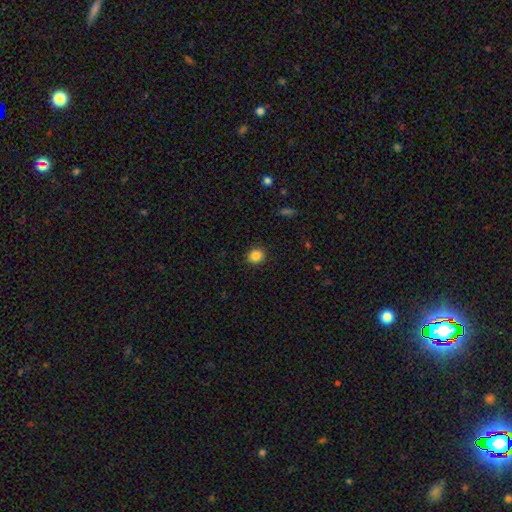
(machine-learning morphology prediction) smooth 86%, star or artifact 10%, featured or disk 4%. Down the decision tree: how rounded — round (79%); merging — none (90%).